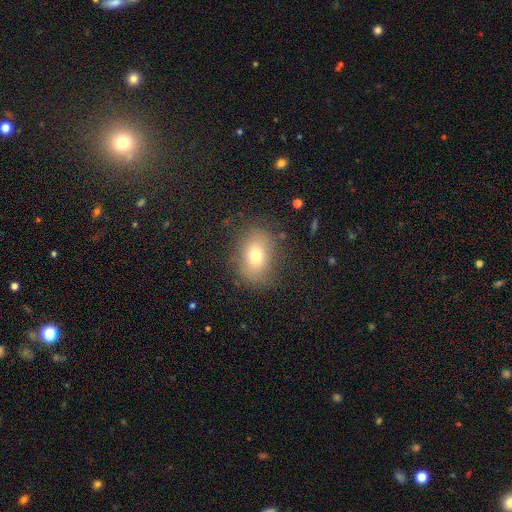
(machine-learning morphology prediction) smooth_or_featured: smooth (p=0.73) [alt: featured or disk p=0.15]
how_rounded: in between (p=0.68) [alt: round p=0.31]
merging: none (p=0.78) [alt: minor disturbance p=0.14]